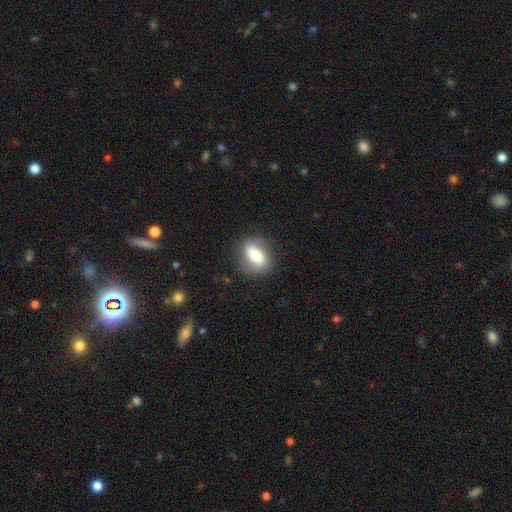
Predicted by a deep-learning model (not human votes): Overall: smooth (57%; featured or disk 35%). How rounded: in between (74%). Merging: none (77%).